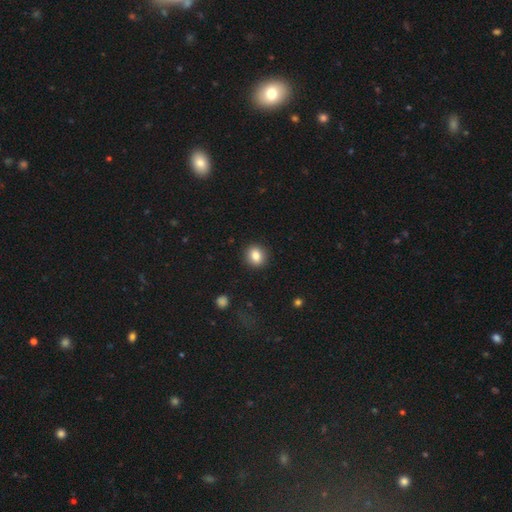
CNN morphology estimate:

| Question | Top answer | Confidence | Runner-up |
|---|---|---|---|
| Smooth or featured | smooth | 84% | star or artifact (9%) |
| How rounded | round | 72% | in between (27%) |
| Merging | none | 90% | minor disturbance (7%) |